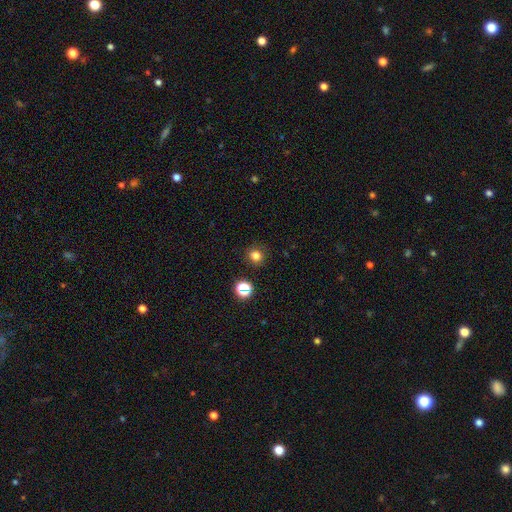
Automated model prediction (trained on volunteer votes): This appears to be a smooth galaxy with no disk features (78%) that is round (86%). Merging: none (87%).